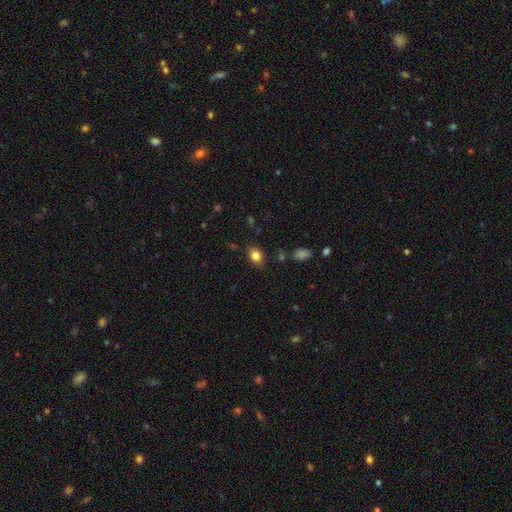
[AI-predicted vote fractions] Smooth or featured? smooth (82%)
How rounded? in between (68%)
Merging? none (82%)